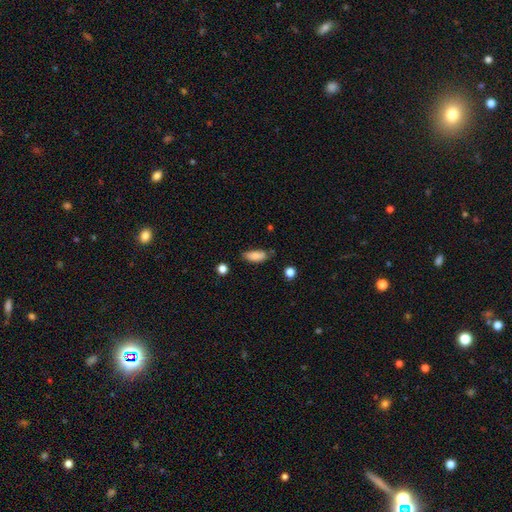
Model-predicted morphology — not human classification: Q: Smooth or featured?
A: smooth (85%); runner-up: star or artifact (8%)
Q: How rounded?
A: in between (79%); runner-up: cigar-shaped (19%)
Q: Merging?
A: none (67%); runner-up: minor disturbance (25%)